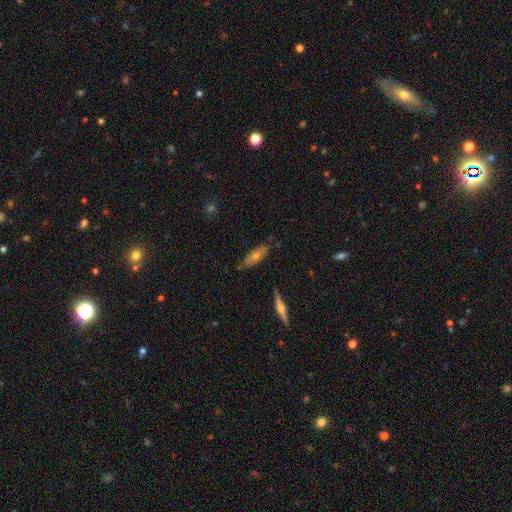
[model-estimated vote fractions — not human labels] Q: Smooth or featured?
A: featured or disk (48%); runner-up: smooth (42%)
Q: Merging?
A: none (76%); runner-up: minor disturbance (19%)